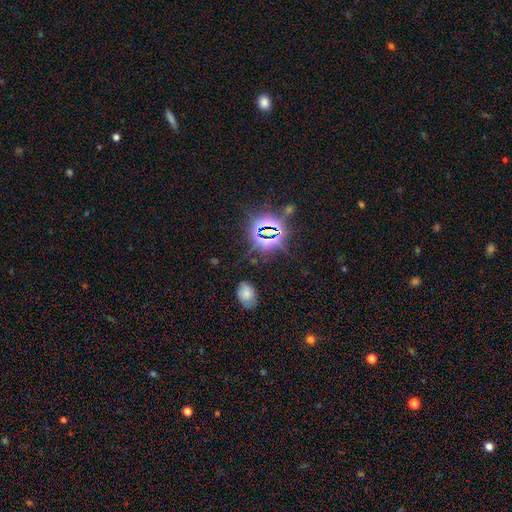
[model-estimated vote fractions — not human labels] Overall: star or artifact (65%; smooth 26%).